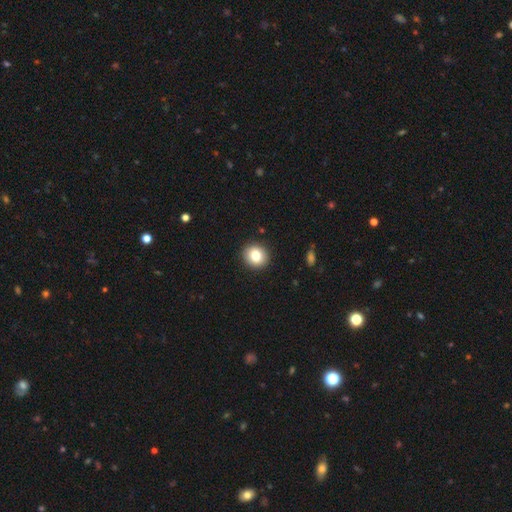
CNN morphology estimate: Smooth or featured: smooth — 80% (featured or disk — 10%)
How rounded: round — 82% (in between — 17%)
Merging: none — 91% (minor disturbance — 6%)